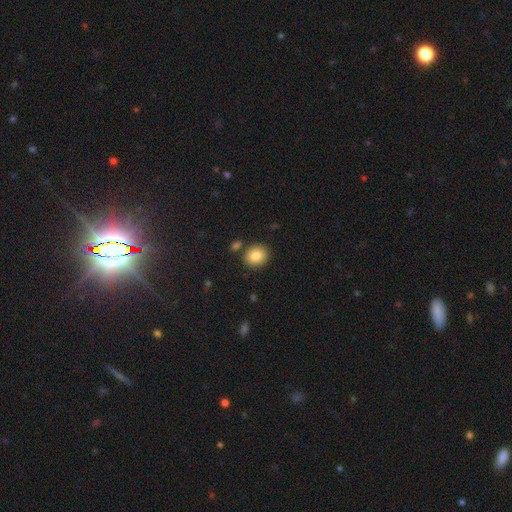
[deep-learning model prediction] Smooth or featured? Predicted: smooth (p=0.84). How rounded? Predicted: round (p=0.74). Merging? Predicted: none (p=0.81).